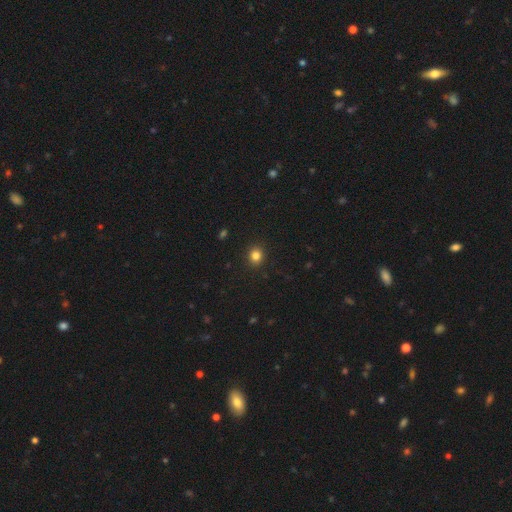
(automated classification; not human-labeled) This appears to be a smooth galaxy with no disk features (83%) that is round (82%). Merging: none (92%).